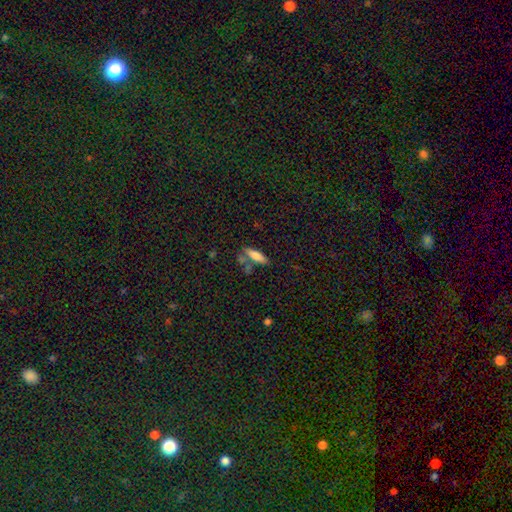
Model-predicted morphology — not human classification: A smooth galaxy with no disk features (76%) that is cigar-shaped (60%).

Vote fractions:
- Smooth or featured? smooth: 76% / featured or disk: 16% / star or artifact: 8%
- How rounded? cigar-shaped: 60% / in between: 38% / round: 2%
- Merging? none: 61% / merger: 19% / minor disturbance: 15% / major disturbance: 5%